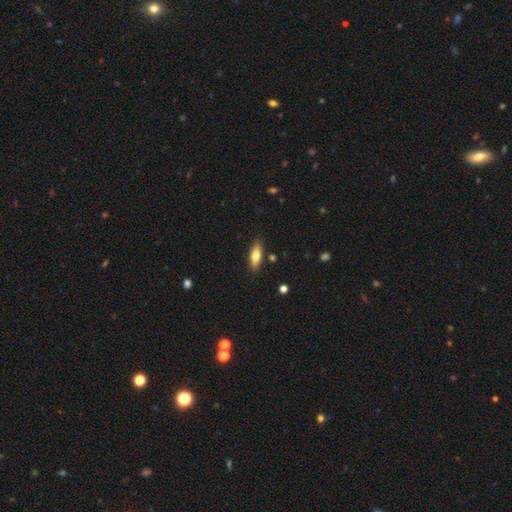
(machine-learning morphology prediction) smooth-or-featured: smooth: 71% | featured or disk: 23% | star or artifact: 6%
  how-rounded: in between: 65% | cigar-shaped: 33% | round: 3%
  merging: none: 86% | minor disturbance: 10% | merger: 2% | major disturbance: 2%